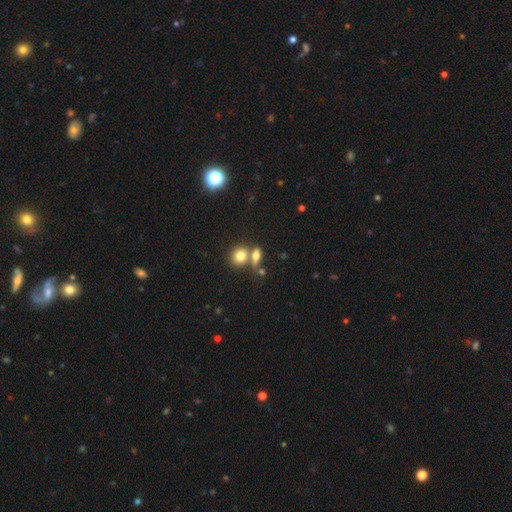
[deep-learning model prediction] Morphology: type=smooth (70%); roundness=in between (57%); merging=none (45%).